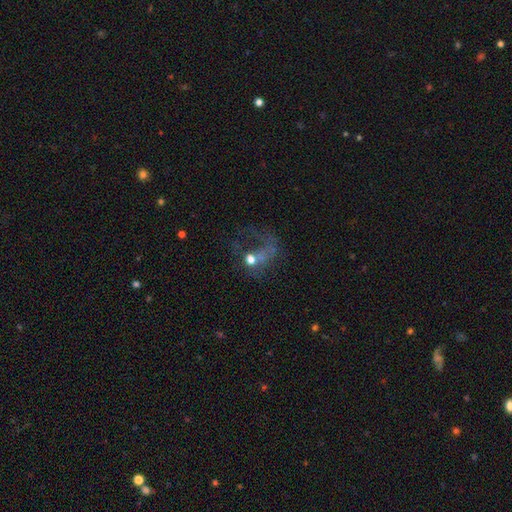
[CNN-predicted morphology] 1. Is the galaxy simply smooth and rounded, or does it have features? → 49% featured or disk, 26% smooth, 25% star or artifact.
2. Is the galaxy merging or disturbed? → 50% major disturbance, 28% none, 12% minor disturbance, 10% merger.